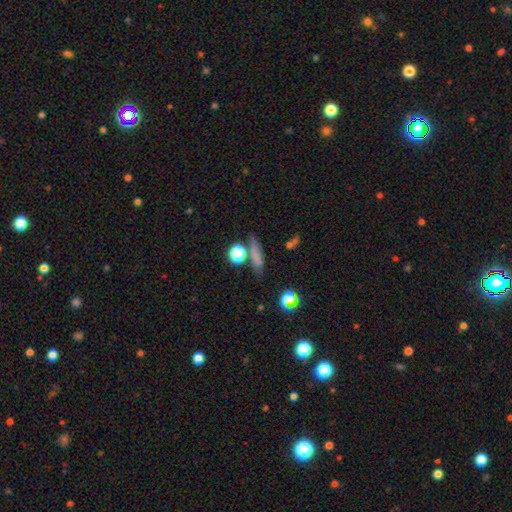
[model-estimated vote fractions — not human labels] This is likely a smooth galaxy (69%). How rounded: likely cigar-shaped (62%). Merging: likely none (69%).